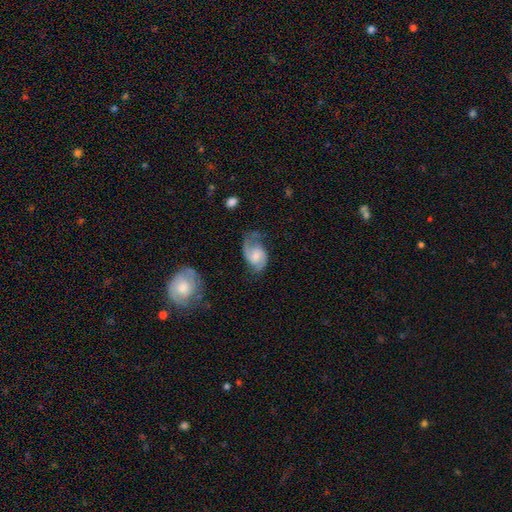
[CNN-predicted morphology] featured or disk 80%, smooth 15%, star or artifact 6%. Down the decision tree: edge-on disk — no (98%); bar — no (50%); spiral arms — yes (96%); spiral arm count — 2 (84%); spiral winding — medium (51%); bulge size — small (43%); merging — none (59%).